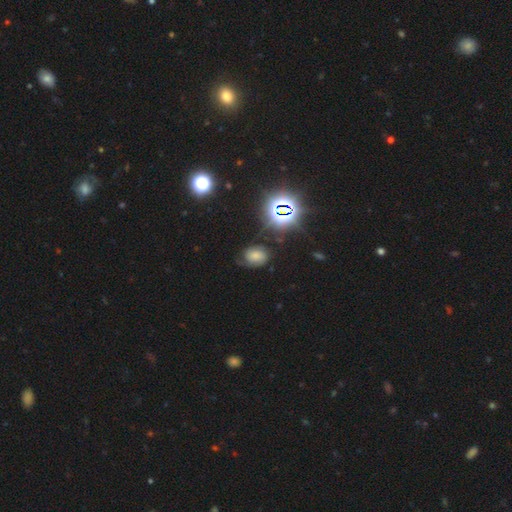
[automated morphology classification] Smooth or featured: smooth — 39% (featured or disk — 36%)
Merging: none — 60% (minor disturbance — 25%)